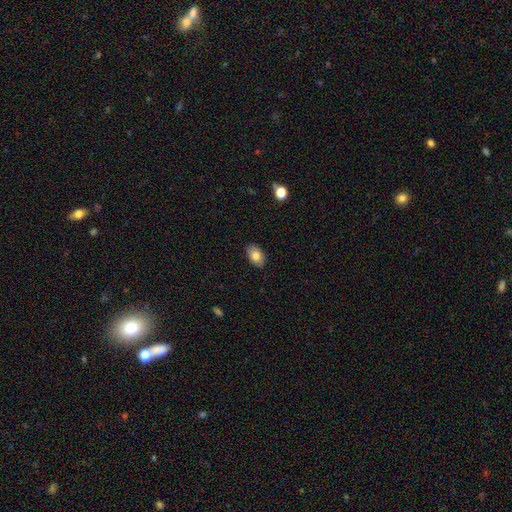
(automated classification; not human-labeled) Q: Smooth or featured?
A: smooth (82%); runner-up: featured or disk (11%)
Q: How rounded?
A: in between (91%); runner-up: round (8%)
Q: Merging?
A: none (87%); runner-up: minor disturbance (10%)